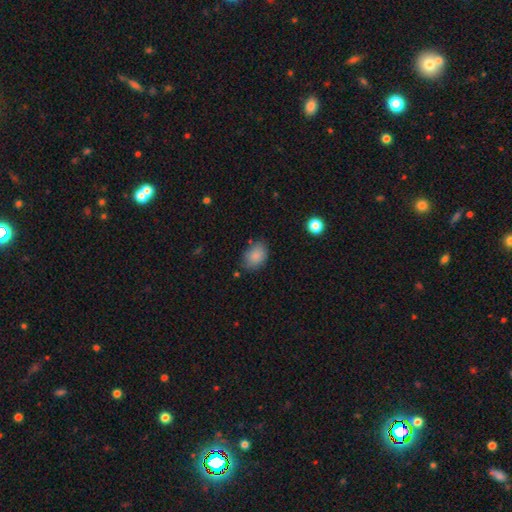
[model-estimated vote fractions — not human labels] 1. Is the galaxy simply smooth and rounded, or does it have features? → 87% smooth, 8% star or artifact, 5% featured or disk.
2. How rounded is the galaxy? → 78% in between, 21% round, 1% cigar-shaped.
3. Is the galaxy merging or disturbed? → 74% none, 19% minor disturbance, 4% major disturbance, 3% merger.